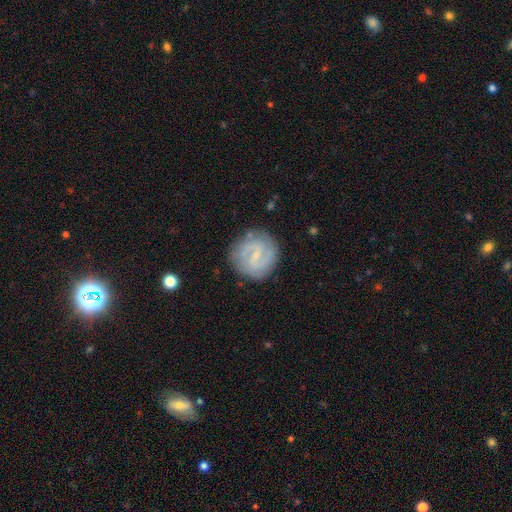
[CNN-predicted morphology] Smooth or featured? Predicted: featured or disk (p=0.78). Edge-on disk? Predicted: no (p=0.98). Bar? Predicted: weak (p=0.58). Spiral arms? Predicted: yes (p=0.93). Spiral winding? Predicted: medium (p=0.46). Spiral arm count? Predicted: 2 (p=0.82). Bulge size? Predicted: small (p=0.71). Merging? Predicted: none (p=0.82).